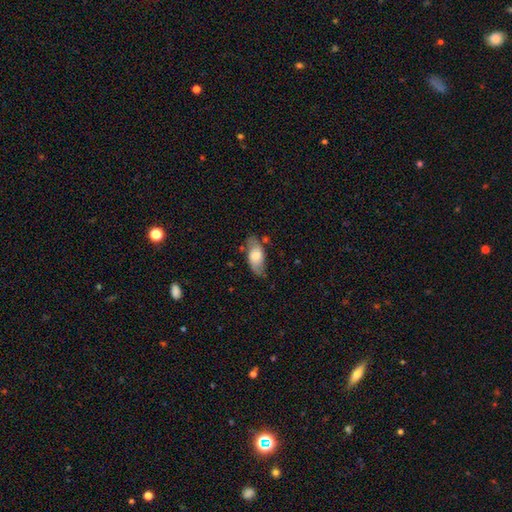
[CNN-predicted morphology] type=smooth (58%); roundness=in between (88%); merging=none (66%).